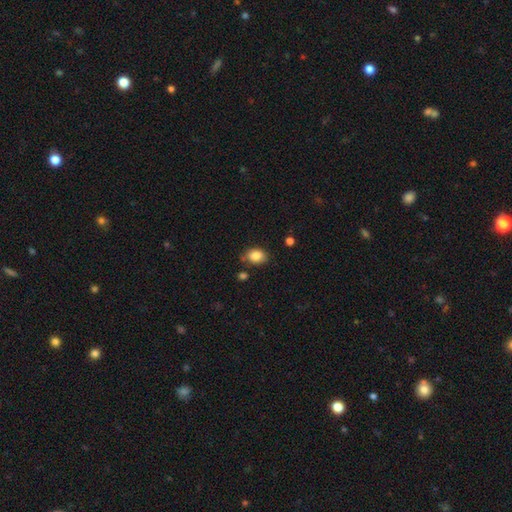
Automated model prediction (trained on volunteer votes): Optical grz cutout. It shows a smooth galaxy with no disk features (85%) that is in between round and cigar-shaped (68%). Merging: none (75%).